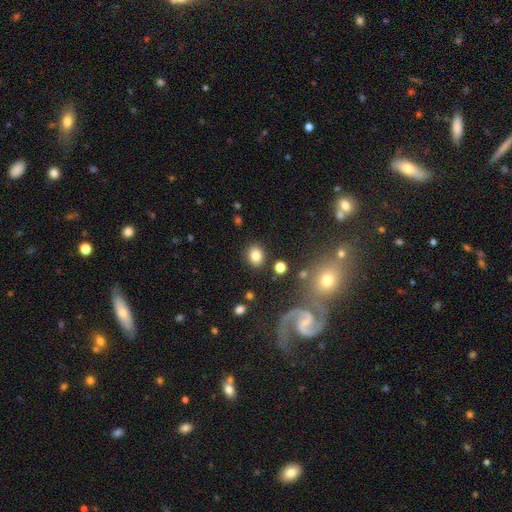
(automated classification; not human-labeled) Overall: smooth (80%). How rounded: round (53%; in between 45%). Merging: none (85%).